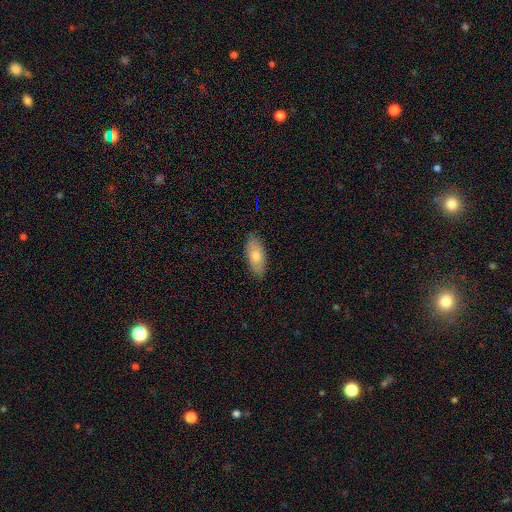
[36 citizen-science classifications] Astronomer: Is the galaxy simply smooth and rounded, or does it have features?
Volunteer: smooth — 72%.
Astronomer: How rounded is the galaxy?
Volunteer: in between — 73%.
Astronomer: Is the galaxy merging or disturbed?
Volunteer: none — 81%.